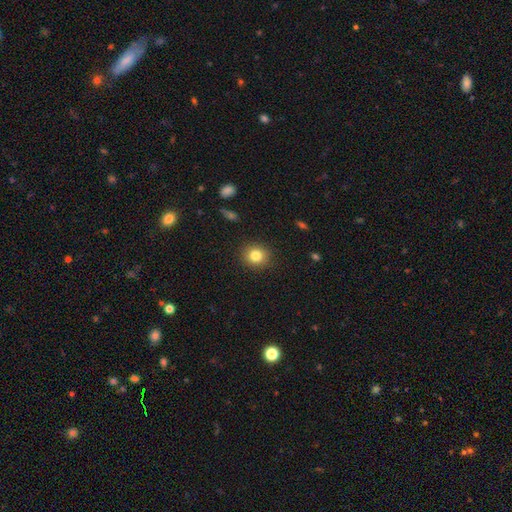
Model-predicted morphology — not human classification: Smooth or featured? smooth (82%)
How rounded? round (84%)
Merging? none (90%)